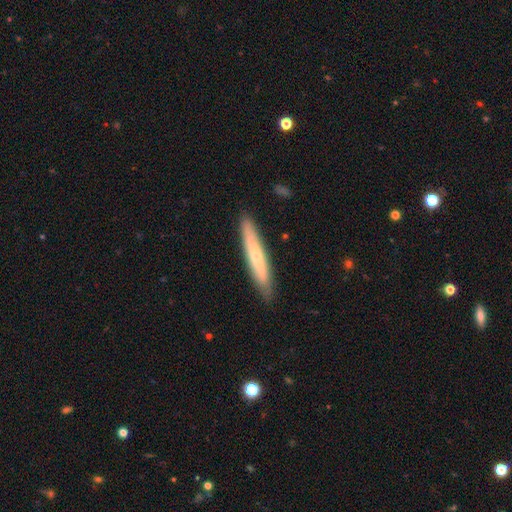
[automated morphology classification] This appears to be a smooth galaxy with no disk features (54%) that is cigar-shaped (93%). Merging: none (88%).